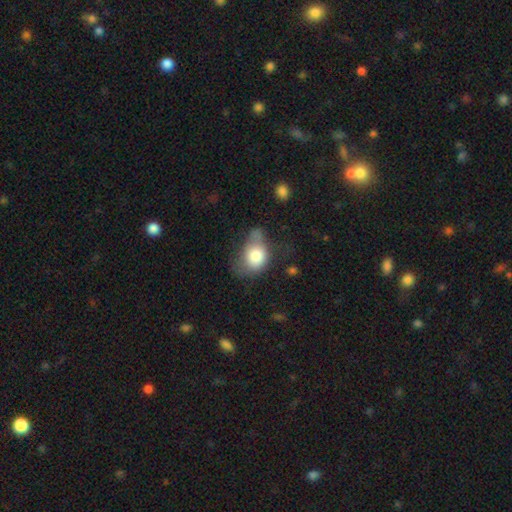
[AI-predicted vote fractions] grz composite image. It shows a smooth galaxy with no disk features (76%) that is in between round and cigar-shaped (64%). Merging: minor disturbance (35%).